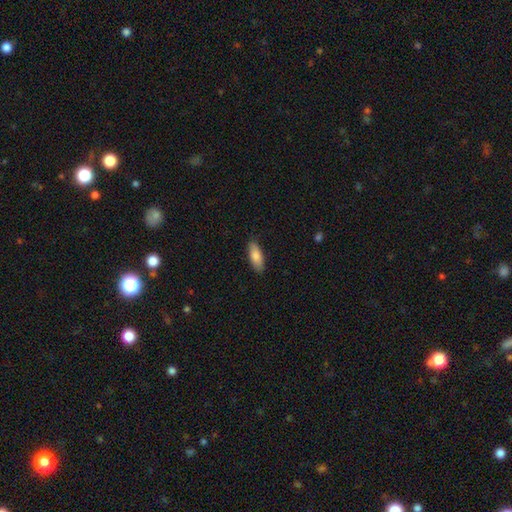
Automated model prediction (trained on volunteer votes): Smooth or featured? Predicted: smooth (p=0.83). How rounded? Predicted: in between (p=0.75). Merging? Predicted: none (p=0.86).